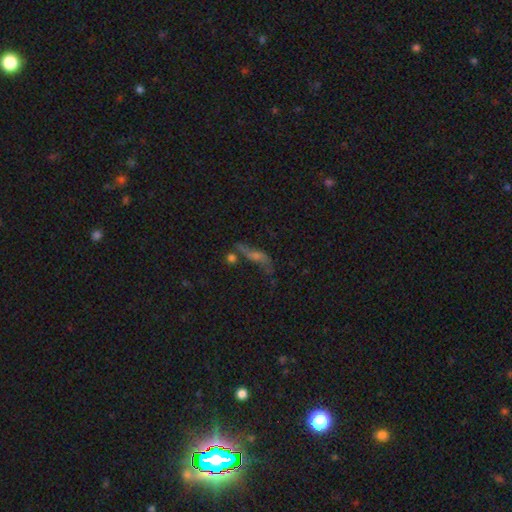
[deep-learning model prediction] Morphology: type=featured or disk (54%); edge-on=no (63%); merging=none (45%).